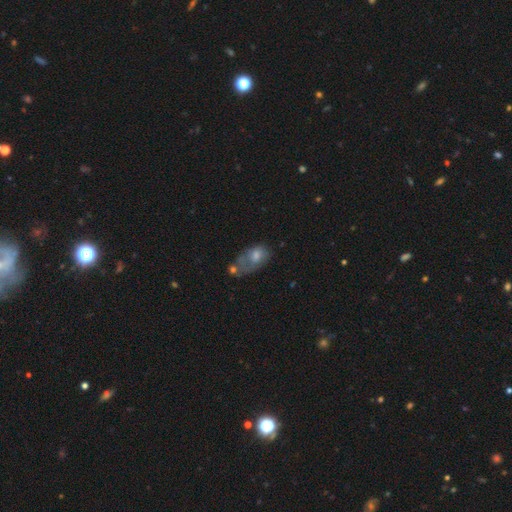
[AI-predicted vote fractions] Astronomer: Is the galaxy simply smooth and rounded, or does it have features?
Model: smooth — 61%.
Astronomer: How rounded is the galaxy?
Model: in between — 88%.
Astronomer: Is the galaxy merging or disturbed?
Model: major disturbance — 29% (runner-up: minor disturbance, 26%).